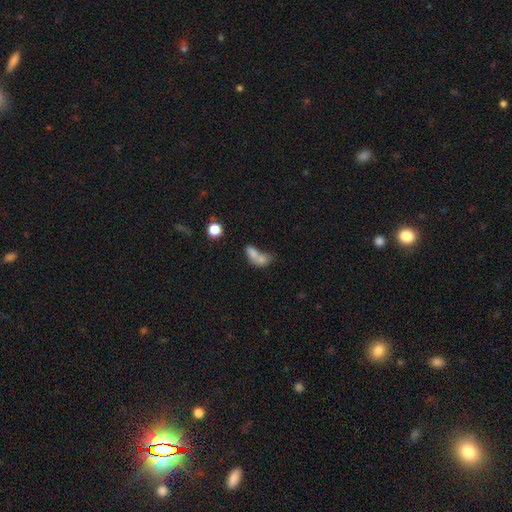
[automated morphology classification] Smooth or featured?
  - smooth: 69% *
  - featured or disk: 19%
  - star or artifact: 12%
How rounded?
  - in between: 74% *
  - round: 19%
  - cigar-shaped: 7%
Merging?
  - merger: 66% *
  - none: 18%
  - major disturbance: 8%
  - minor disturbance: 8%